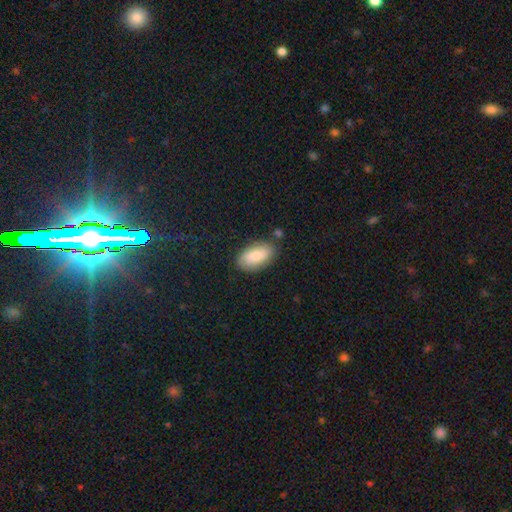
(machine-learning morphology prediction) Smooth or featured: smooth — 77% (featured or disk — 16%)
How rounded: in between — 93% (round — 4%)
Merging: none — 79% (minor disturbance — 14%)